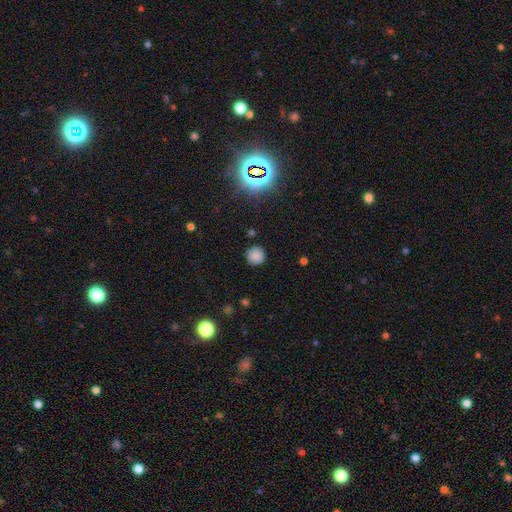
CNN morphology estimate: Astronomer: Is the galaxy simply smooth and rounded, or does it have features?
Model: smooth — 80%.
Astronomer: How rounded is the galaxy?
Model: round — 94%.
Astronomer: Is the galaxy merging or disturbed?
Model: none — 87%.